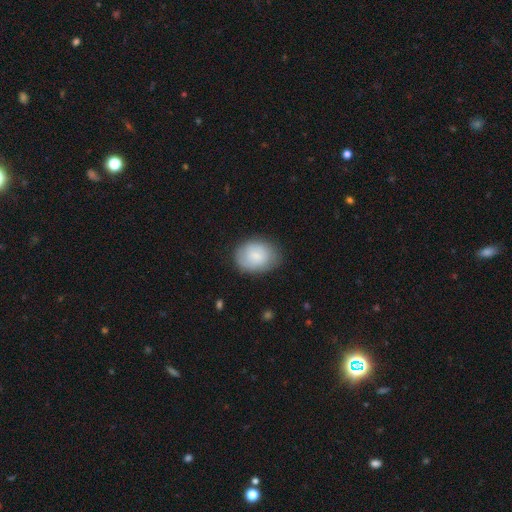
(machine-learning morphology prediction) Smooth or featured: smooth — 80% (featured or disk — 14%)
How rounded: in between — 62% (round — 37%)
Merging: none — 75% (minor disturbance — 19%)